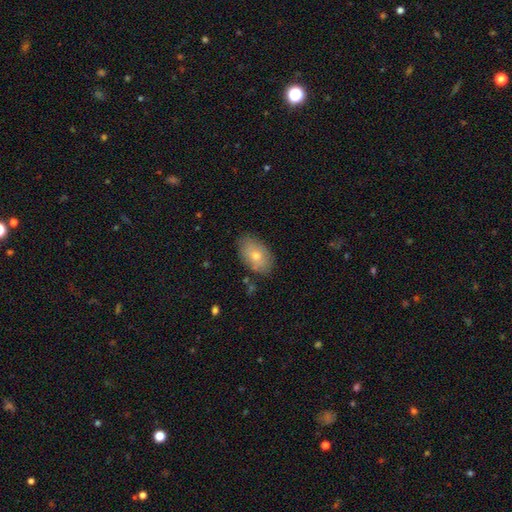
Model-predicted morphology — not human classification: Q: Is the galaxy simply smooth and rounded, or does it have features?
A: smooth — 68%.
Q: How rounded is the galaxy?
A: in between — 90%.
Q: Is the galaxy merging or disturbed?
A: none — 82%.